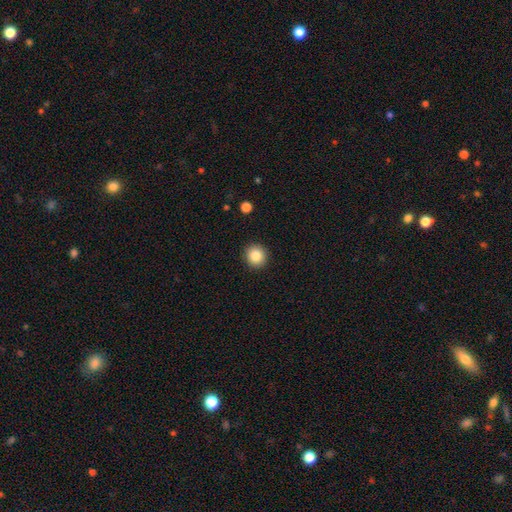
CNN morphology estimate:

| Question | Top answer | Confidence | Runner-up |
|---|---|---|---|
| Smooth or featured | smooth | 84% | star or artifact (10%) |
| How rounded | round | 93% | in between (6%) |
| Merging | none | 92% | minor disturbance (5%) |